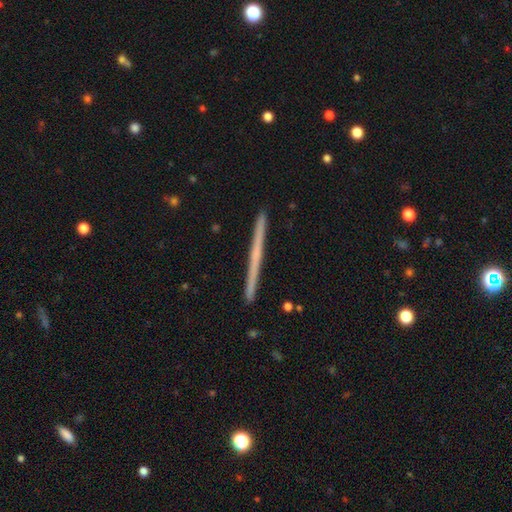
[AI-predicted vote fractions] A featured or disk galaxy (61%) viewed edge-on (98%) with no central bulge (81%).

Vote fractions:
- Smooth or featured? featured or disk: 61% / smooth: 33% / star or artifact: 6%
- Edge-on disk? yes: 98% / no: 2%
- Edge-on bulge? none: 81% / rounded: 16% / boxy: 4%
- Merging? none: 92% / minor disturbance: 5% / merger: 1% / major disturbance: 1%